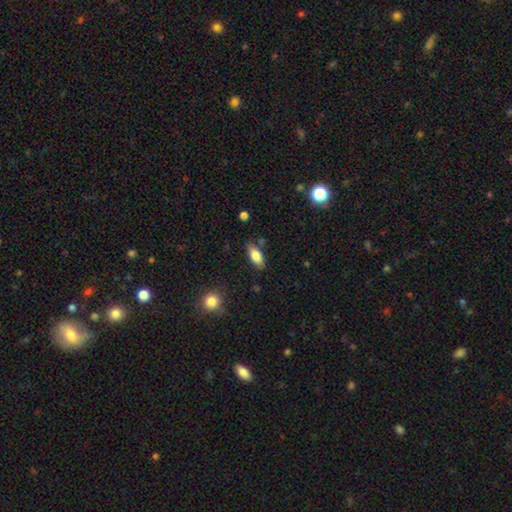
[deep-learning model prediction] Morphology: type=smooth (80%); roundness=in between (86%); merging=none (81%).